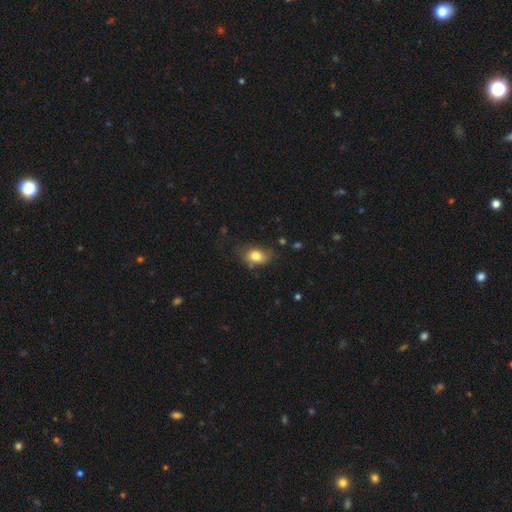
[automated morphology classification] Smooth or featured? smooth (79%)
How rounded? in between (73%)
Merging? none (62%)